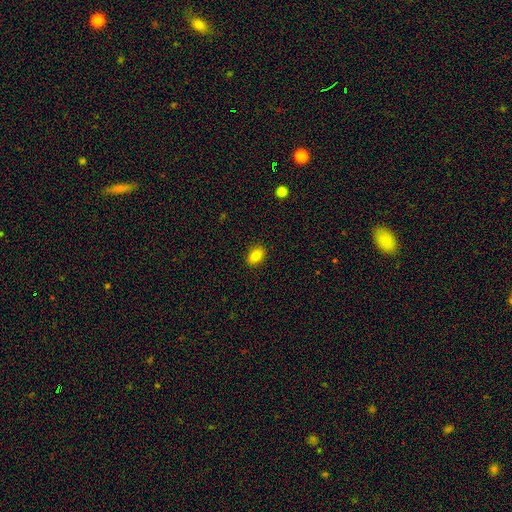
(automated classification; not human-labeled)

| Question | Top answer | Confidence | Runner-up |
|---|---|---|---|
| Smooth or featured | smooth | 85% | star or artifact (9%) |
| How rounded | in between | 82% | round (16%) |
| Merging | none | 90% | minor disturbance (7%) |